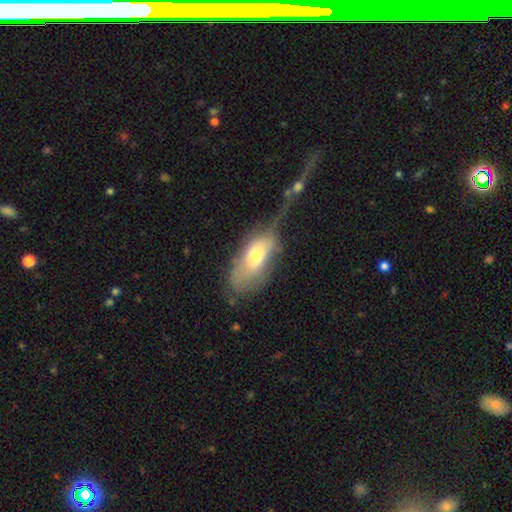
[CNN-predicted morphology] smooth_or_featured: smooth (p=0.62) [alt: featured or disk p=0.31]
how_rounded: in between (p=0.88) [alt: cigar-shaped p=0.07]
merging: major disturbance (p=0.46) [alt: minor disturbance p=0.24]